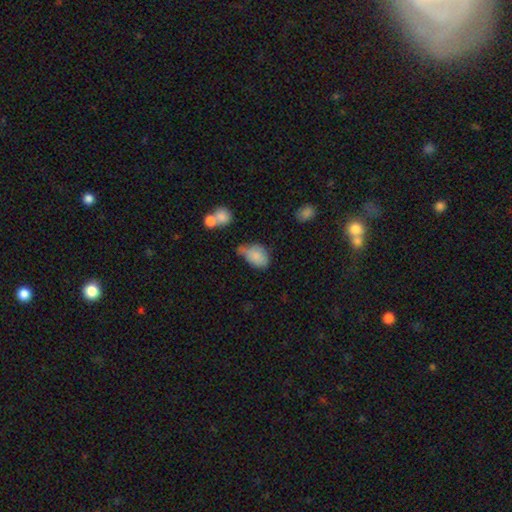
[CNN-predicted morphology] Q: Smooth or featured?
A: smooth (78%); runner-up: featured or disk (13%)
Q: How rounded?
A: in between (81%); runner-up: round (18%)
Q: Merging?
A: minor disturbance (42%); runner-up: none (29%)